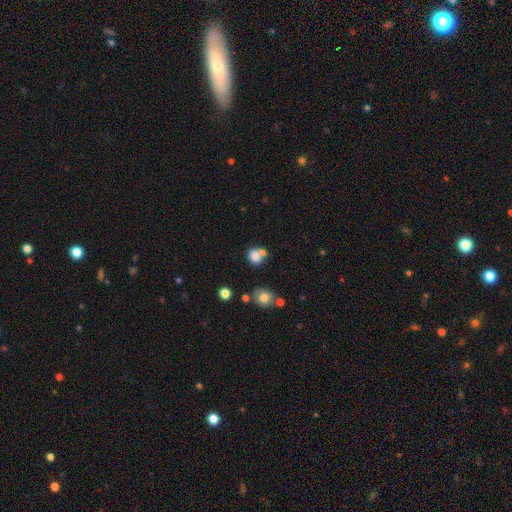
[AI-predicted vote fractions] A smooth galaxy with no disk features (80%) that is round (69%). Merging: none (42%).